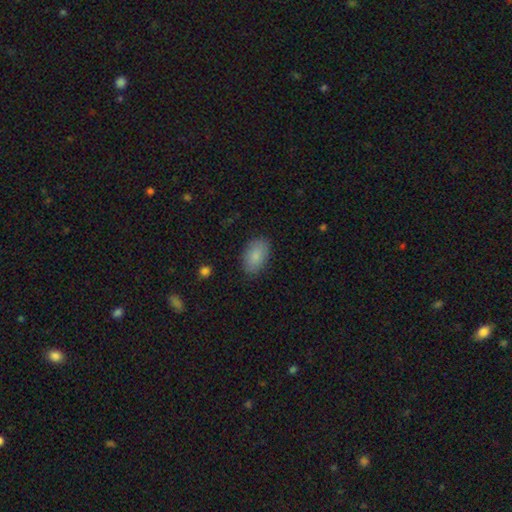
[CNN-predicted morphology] smooth 86%, featured or disk 7%, star or artifact 7%. Down the decision tree: how rounded — in between (91%); merging — none (85%).